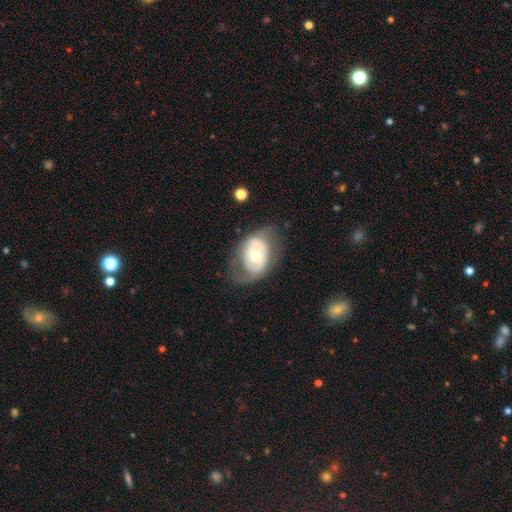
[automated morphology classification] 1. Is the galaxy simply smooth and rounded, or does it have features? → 59% featured or disk, 35% smooth, 6% star or artifact.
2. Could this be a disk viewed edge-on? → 93% no, 7% yes.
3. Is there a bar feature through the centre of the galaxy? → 68% no, 22% weak, 10% strong.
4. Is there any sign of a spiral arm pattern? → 65% no, 35% yes.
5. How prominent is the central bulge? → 70% moderate, 19% small, 8% large, 1% dominant, 1% none.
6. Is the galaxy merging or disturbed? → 57% none, 24% minor disturbance, 17% major disturbance, 2% merger.